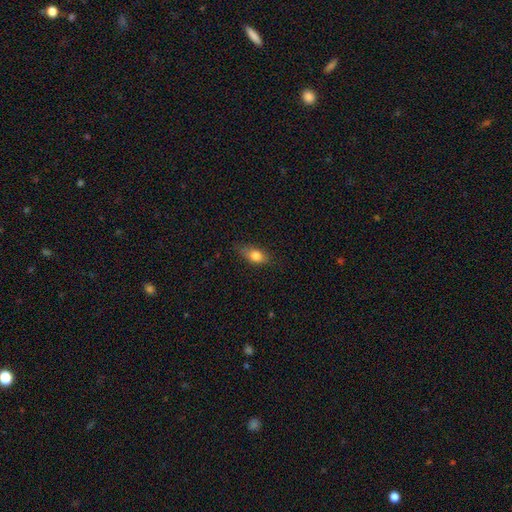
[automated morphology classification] Overall: smooth (81%). How rounded: in between (81%). Merging: none (69%).